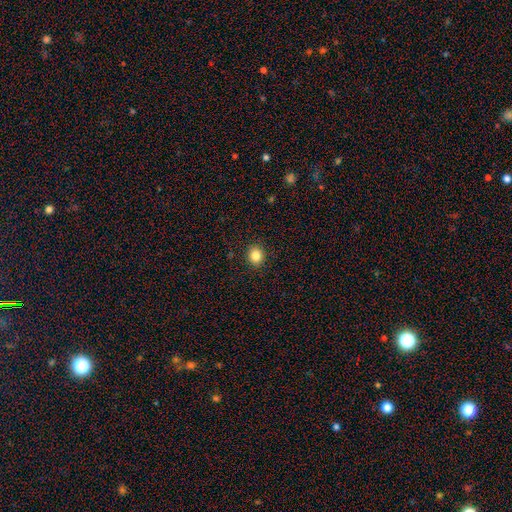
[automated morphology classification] A smooth galaxy with no disk features (84%) that is round (73%). Merging: none (91%).